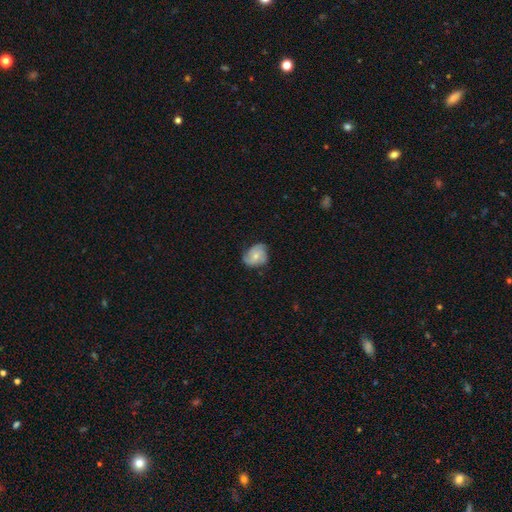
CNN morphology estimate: type=featured or disk (59%); edge-on=no (98%); bar=no (78%); spiral arms=yes (90%); winding=medium (43%); arm count=3 (50%); bulge=small (53%); merging=none (64%).